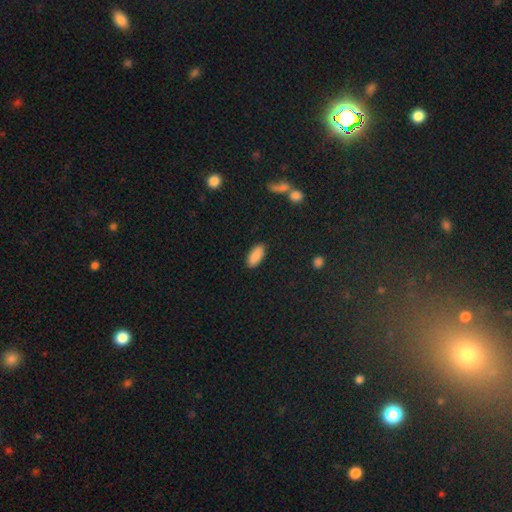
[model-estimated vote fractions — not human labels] A smooth galaxy with no disk features (89%) that is in between round and cigar-shaped (87%).

Vote fractions:
- Smooth or featured? smooth: 89% / star or artifact: 7% / featured or disk: 4%
- How rounded? in between: 87% / cigar-shaped: 11% / round: 2%
- Merging? none: 88% / minor disturbance: 9% / major disturbance: 2% / merger: 1%